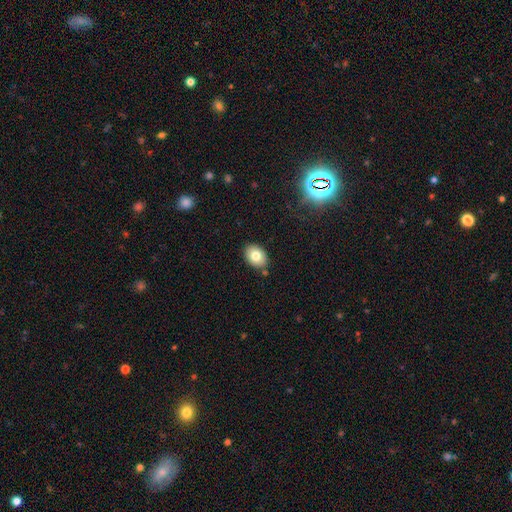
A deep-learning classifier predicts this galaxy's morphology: Smooth or featured? smooth (79%)
How rounded? in between (75%)
Merging? none (83%)